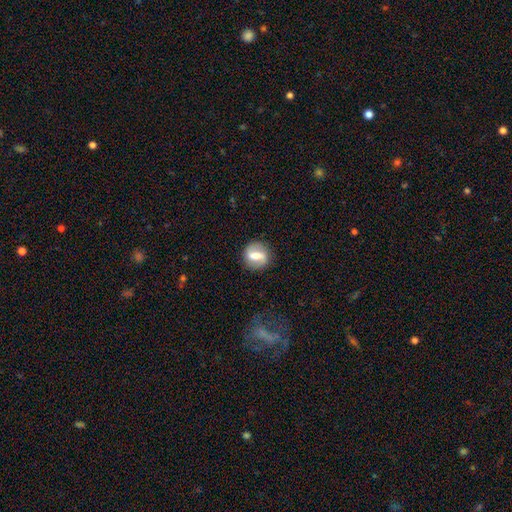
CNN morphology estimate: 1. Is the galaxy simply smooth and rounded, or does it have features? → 55% featured or disk, 38% smooth, 8% star or artifact.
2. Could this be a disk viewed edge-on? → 94% no, 6% yes.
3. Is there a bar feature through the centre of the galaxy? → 56% strong, 33% weak, 10% no.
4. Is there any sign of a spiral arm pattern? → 70% yes, 30% no.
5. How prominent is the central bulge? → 42% moderate, 22% large, 19% small, 11% none, 5% dominant.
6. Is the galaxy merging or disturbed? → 83% none, 11% minor disturbance, 4% major disturbance, 1% merger.